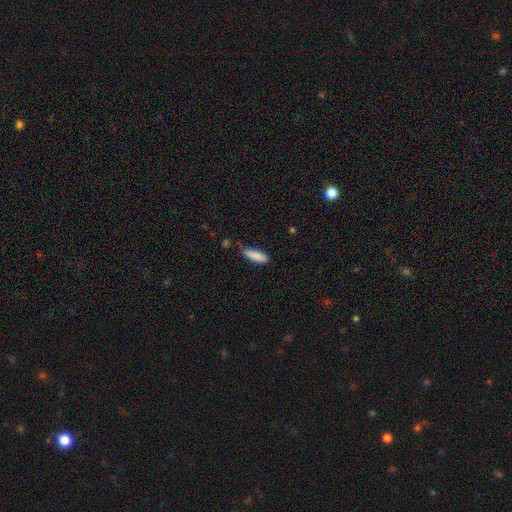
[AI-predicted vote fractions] smooth-or-featured: smooth: 87% | featured or disk: 7% | star or artifact: 6%
  how-rounded: in between: 50% | cigar-shaped: 48% | round: 2%
  merging: none: 74% | minor disturbance: 19% | major disturbance: 3% | merger: 3%